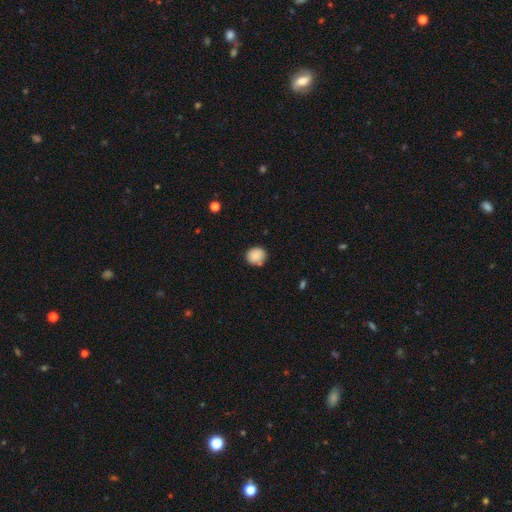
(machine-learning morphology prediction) Smooth or featured: smooth — 87% (star or artifact — 8%)
How rounded: round — 83% (in between — 16%)
Merging: none — 77% (minor disturbance — 15%)